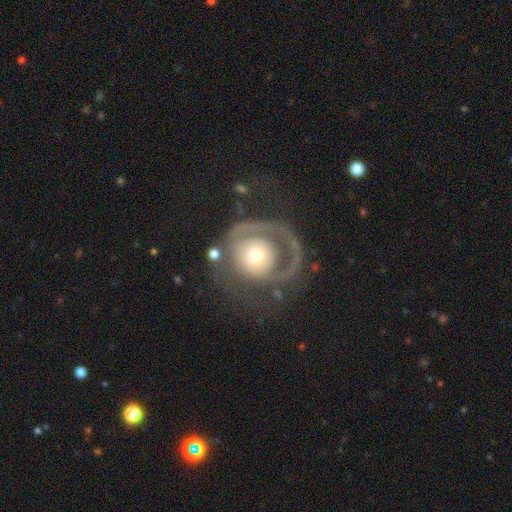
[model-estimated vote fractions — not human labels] smooth-or-featured: featured or disk: 67% | smooth: 27% | star or artifact: 6%
  disk-edge-on: no: 97% | yes: 3%
    bar: no: 82% | weak: 14% | strong: 4%
    has-spiral-arms: yes: 66% | no: 34%
    bulge-size: moderate: 48% | small: 34% | large: 13% | dominant: 3% | none: 2%
  merging: major disturbance: 41% | none: 38% | minor disturbance: 16% | merger: 5%